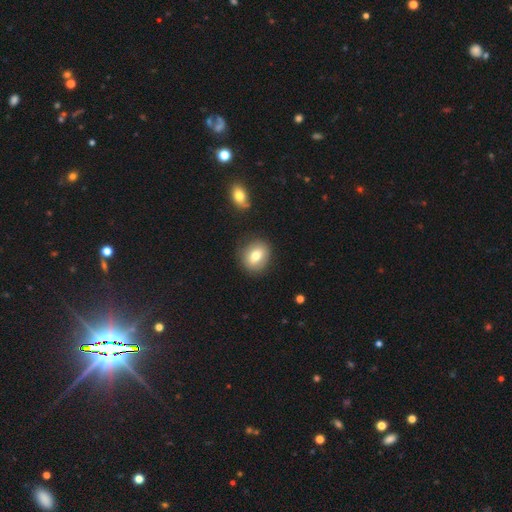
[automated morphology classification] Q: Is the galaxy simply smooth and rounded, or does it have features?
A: smooth — 72%.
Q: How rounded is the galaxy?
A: round — 63%.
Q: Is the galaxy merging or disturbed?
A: none — 83%.